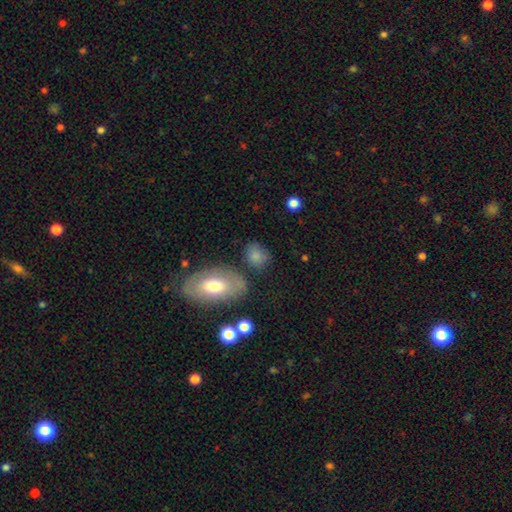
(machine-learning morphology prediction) This is clearly a smooth galaxy (80%). How rounded: likely in between (62%). Merging: likely none (63%).